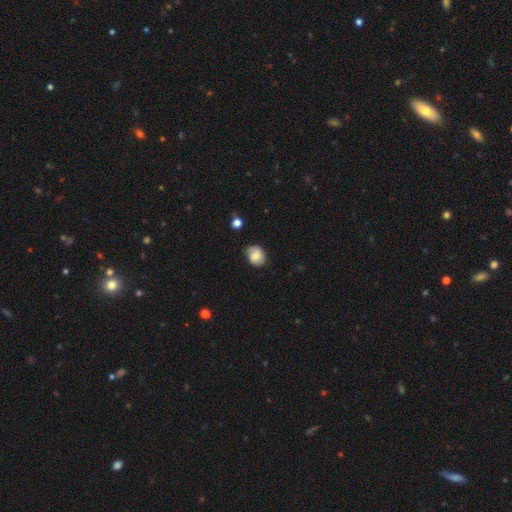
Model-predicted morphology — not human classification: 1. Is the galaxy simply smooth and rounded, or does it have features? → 63% smooth, 28% featured or disk, 8% star or artifact.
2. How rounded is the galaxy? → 52% round, 47% in between, 1% cigar-shaped.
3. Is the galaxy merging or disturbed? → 63% none, 28% minor disturbance, 7% major disturbance, 2% merger.